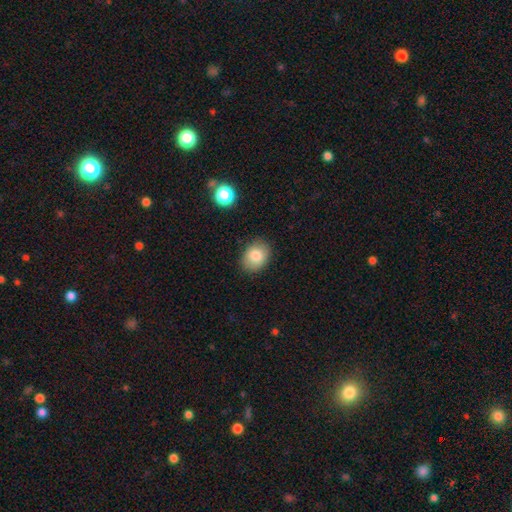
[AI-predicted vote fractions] A smooth galaxy with no disk features (82%) that is in between round and cigar-shaped (67%). Merging: none (86%).